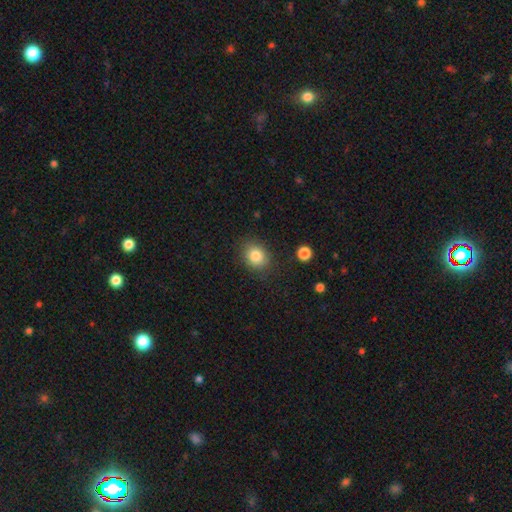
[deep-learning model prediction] smooth-or-featured: smooth: 83% | star or artifact: 10% | featured or disk: 7%
  how-rounded: round: 59% | in between: 40% | cigar-shaped: 1%
  merging: none: 83% | minor disturbance: 11% | major disturbance: 4% | merger: 2%